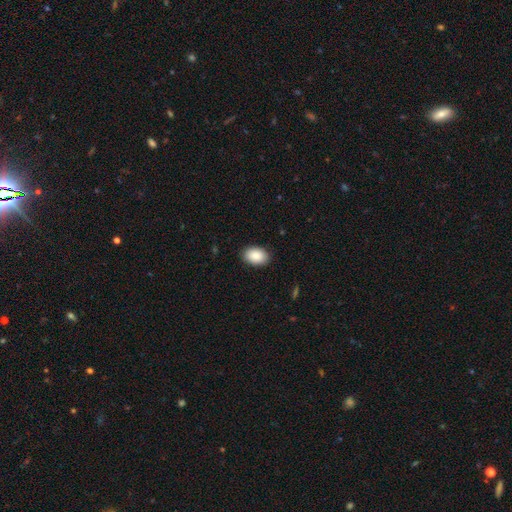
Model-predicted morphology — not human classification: A smooth galaxy with no disk features (90%) that is in between round and cigar-shaped (87%). Merging: none (90%).